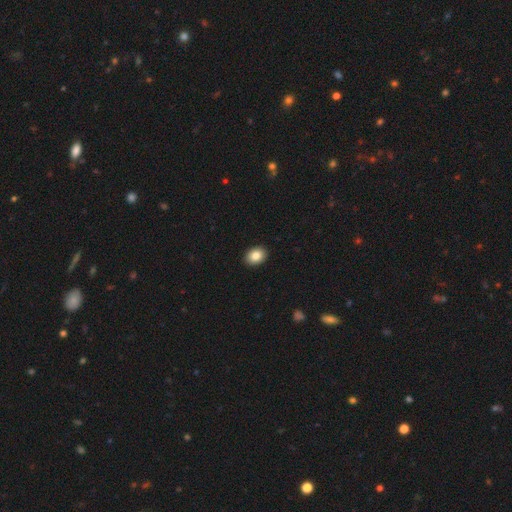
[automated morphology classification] Smooth or featured: smooth — 86% (star or artifact — 8%)
How rounded: in between — 68% (round — 31%)
Merging: none — 92% (minor disturbance — 6%)